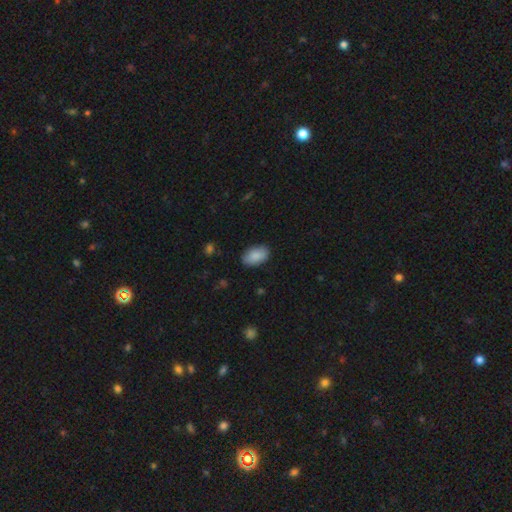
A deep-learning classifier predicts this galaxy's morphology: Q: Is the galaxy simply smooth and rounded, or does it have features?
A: smooth — 89%.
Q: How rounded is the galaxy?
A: in between — 93%.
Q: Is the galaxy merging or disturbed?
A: none — 84%.